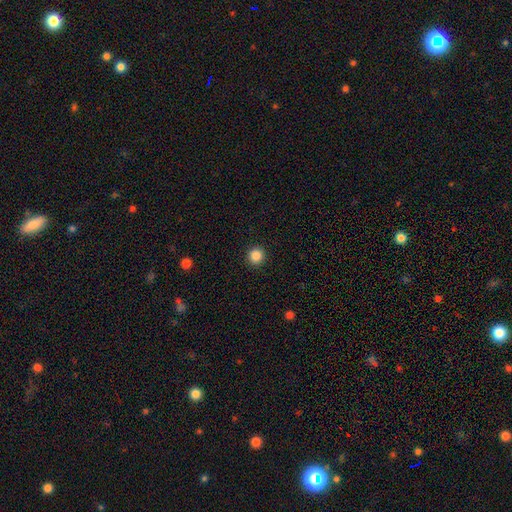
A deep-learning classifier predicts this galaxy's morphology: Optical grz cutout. It shows a smooth galaxy with no disk features (86%) that is round (94%). Merging: none (93%).